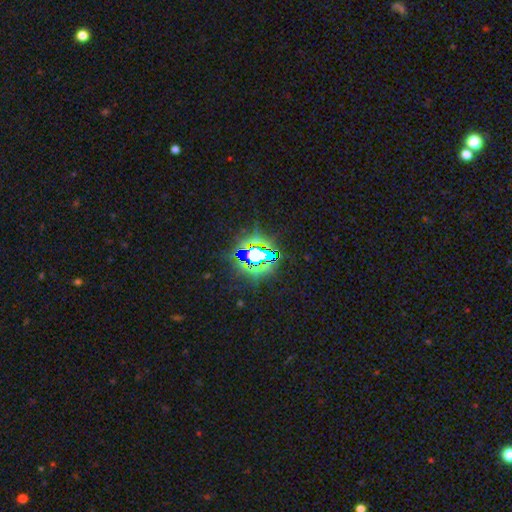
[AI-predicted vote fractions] star or artifact 76%, smooth 14%, featured or disk 10%.